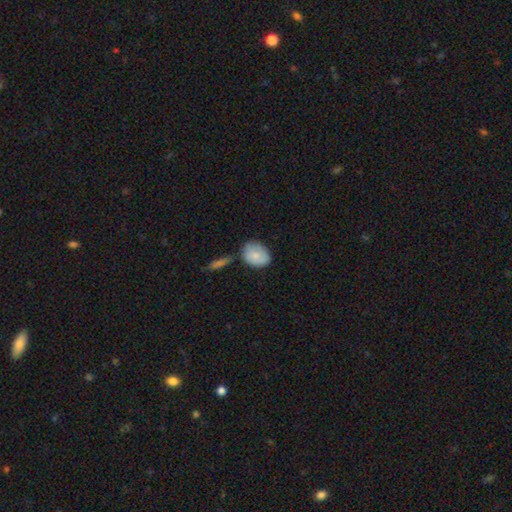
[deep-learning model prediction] Smooth or featured? Predicted: smooth (p=0.79). How rounded? Predicted: in between (p=0.62). Merging? Predicted: none (p=0.55).